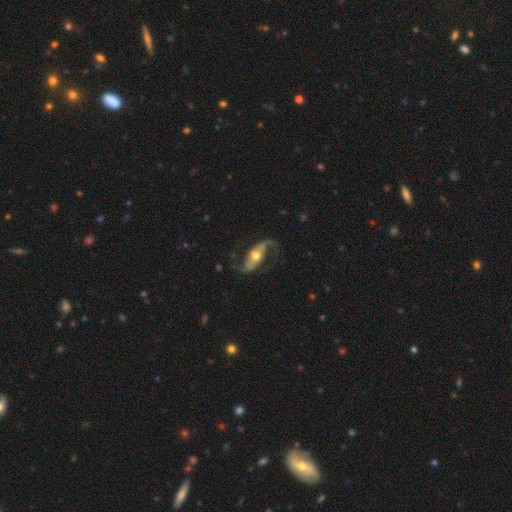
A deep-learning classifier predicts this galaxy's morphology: This is clearly a featured or disk galaxy (88%). It is clearly not viewed edge-on (93%). Bar: marginally no (38%). Spiral arm pattern: clearly yes (95%). Spiral arm count: clearly 2 (94%). Spiral winding: likely loose (74%). Central bulge: likely moderate (70%). Merging: likely none (76%).